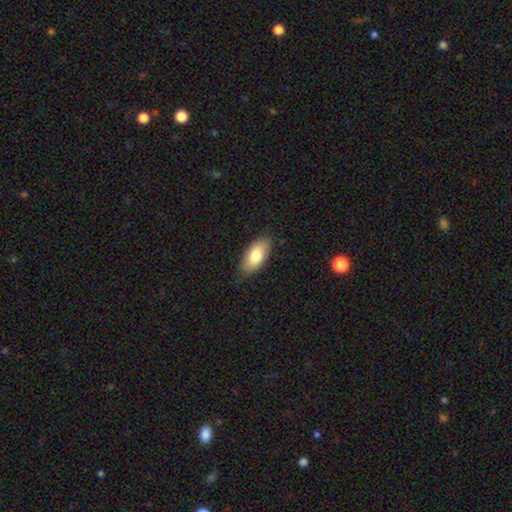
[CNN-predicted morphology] smooth 79%, featured or disk 14%, star or artifact 6%. Down the decision tree: how rounded — in between (91%); merging — none (83%).